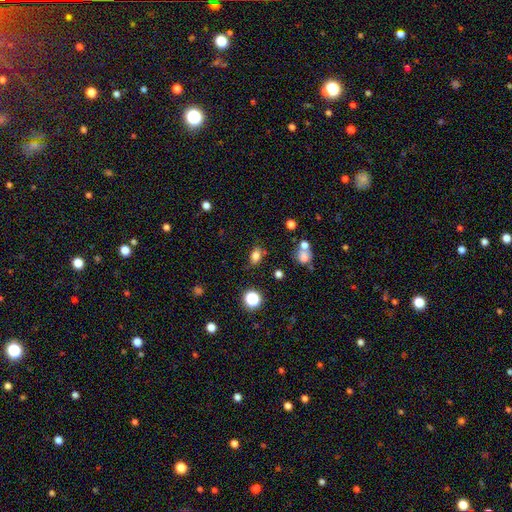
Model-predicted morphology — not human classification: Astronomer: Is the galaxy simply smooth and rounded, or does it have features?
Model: smooth — 78%.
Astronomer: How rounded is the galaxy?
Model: in between — 79%.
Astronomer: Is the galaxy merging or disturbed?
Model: none — 74%.